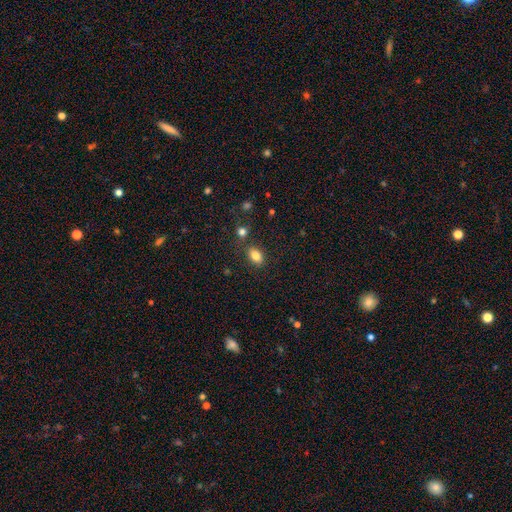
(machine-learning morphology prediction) type=smooth (82%); roundness=in between (81%); merging=none (77%).